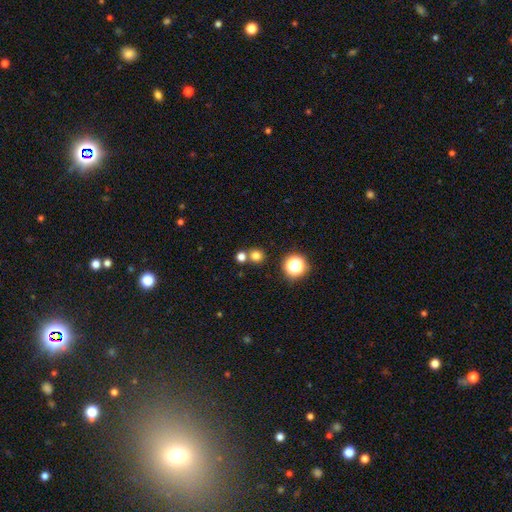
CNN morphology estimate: smooth_or_featured: smooth (p=0.74) [alt: star or artifact p=0.20]
how_rounded: round (p=0.91) [alt: in between p=0.08]
merging: none (p=0.68) [alt: merger p=0.23]